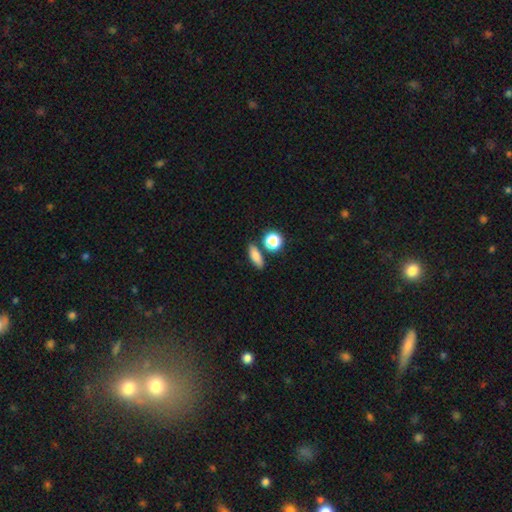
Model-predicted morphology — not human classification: This appears to be a smooth galaxy with no disk features (79%) that is in between round and cigar-shaped (57%). Merging: none (78%).